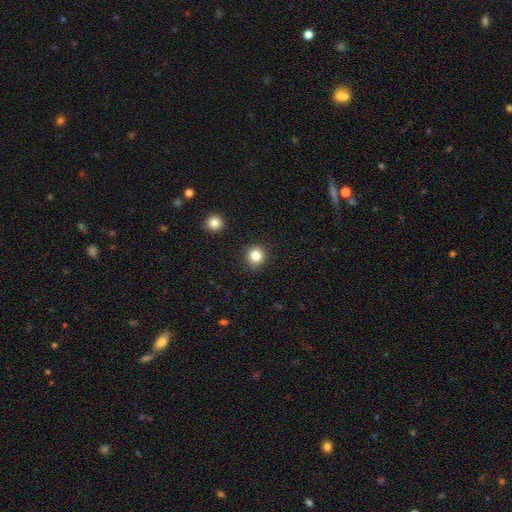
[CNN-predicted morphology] smooth 83%, star or artifact 11%, featured or disk 6%. Down the decision tree: how rounded — round (88%); merging — none (90%).